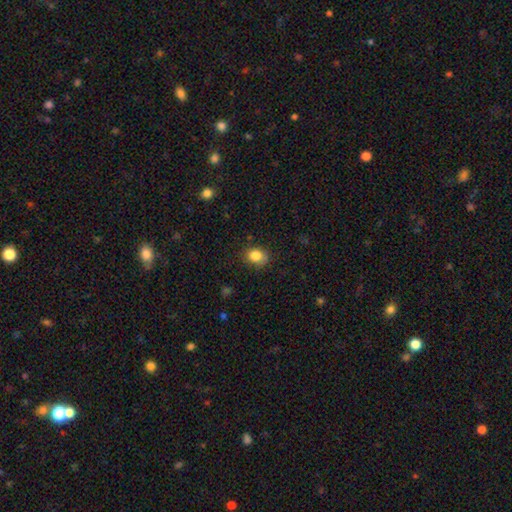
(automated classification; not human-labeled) Smooth or featured? smooth (84%)
How rounded? round (52%)
Merging? none (75%)